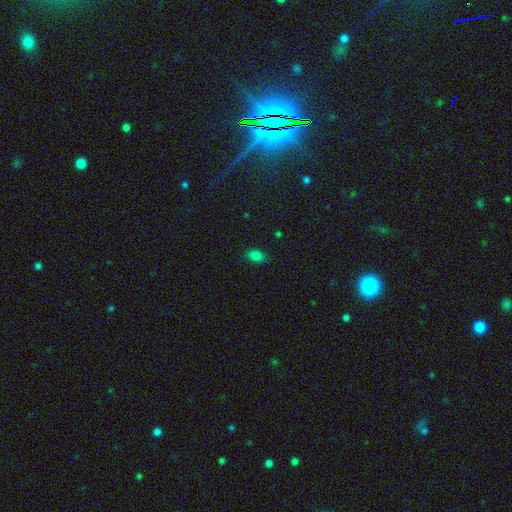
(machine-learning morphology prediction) Q: Smooth or featured?
A: smooth (80%); runner-up: star or artifact (14%)
Q: How rounded?
A: in between (85%); runner-up: round (13%)
Q: Merging?
A: none (82%); runner-up: minor disturbance (14%)